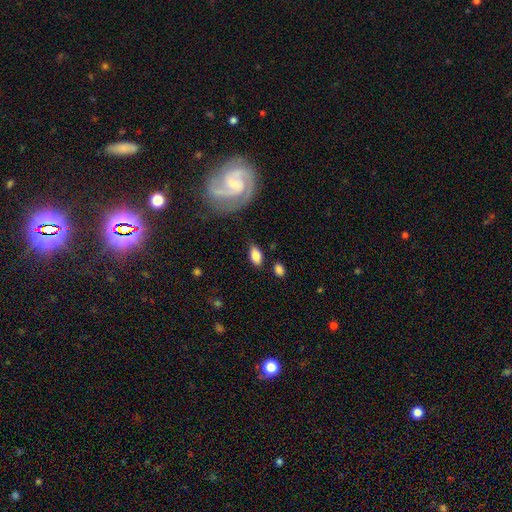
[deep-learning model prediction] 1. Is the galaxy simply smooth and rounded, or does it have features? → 80% smooth, 13% featured or disk, 7% star or artifact.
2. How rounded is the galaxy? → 91% in between, 6% round, 3% cigar-shaped.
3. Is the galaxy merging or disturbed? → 76% none, 15% minor disturbance, 5% major disturbance, 4% merger.